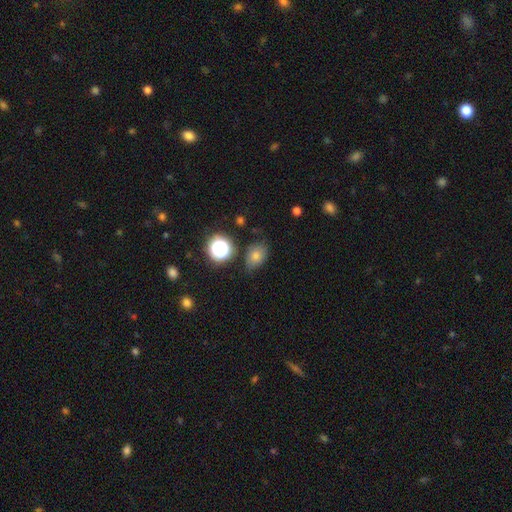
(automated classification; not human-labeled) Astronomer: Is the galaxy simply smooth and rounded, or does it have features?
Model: smooth — 67%.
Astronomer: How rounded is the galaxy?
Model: in between — 64%.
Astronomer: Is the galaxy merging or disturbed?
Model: none — 76%.